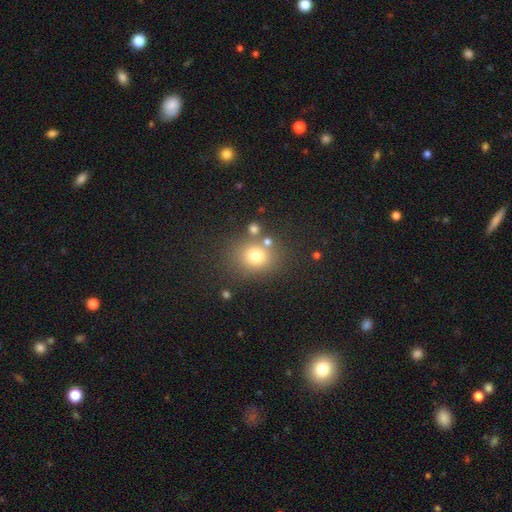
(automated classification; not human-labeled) Smooth or featured? smooth (75%)
How rounded? round (72%)
Merging? none (73%)